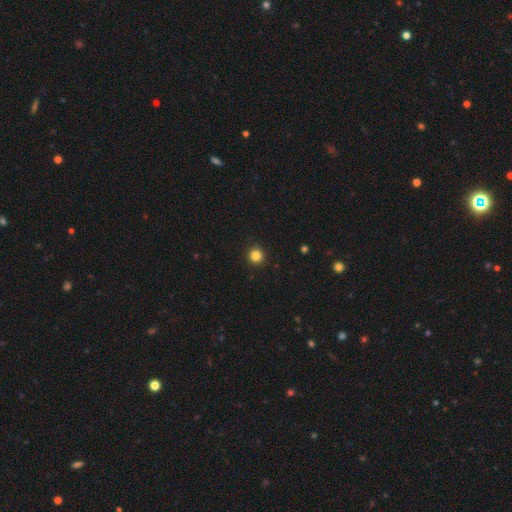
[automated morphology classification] Smooth or featured? smooth (84%)
How rounded? round (95%)
Merging? none (93%)